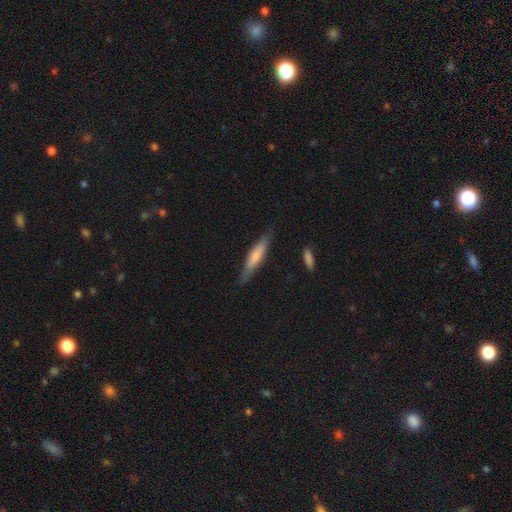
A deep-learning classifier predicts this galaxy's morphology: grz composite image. It shows a smooth galaxy with no disk features (61%) that is cigar-shaped (86%). Merging: none (83%).